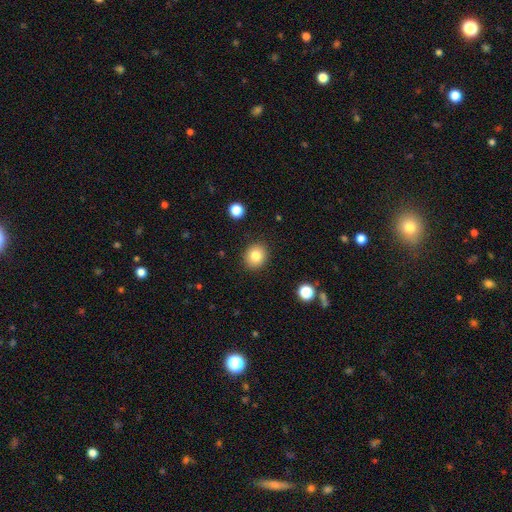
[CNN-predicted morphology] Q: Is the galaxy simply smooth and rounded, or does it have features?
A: smooth — 83%.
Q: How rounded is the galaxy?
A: round — 75%.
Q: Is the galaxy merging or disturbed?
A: none — 90%.